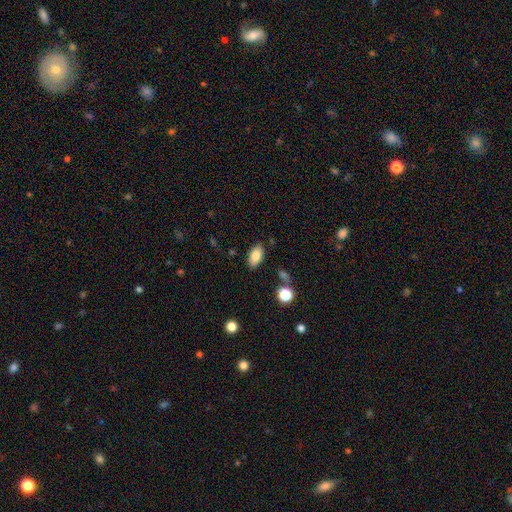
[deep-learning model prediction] The model was most divided on "merging": none: 84%, minor disturbance: 11%, merger: 3%, major disturbance: 3%. More confident: how rounded — in between (93%); smooth or featured — smooth (83%).